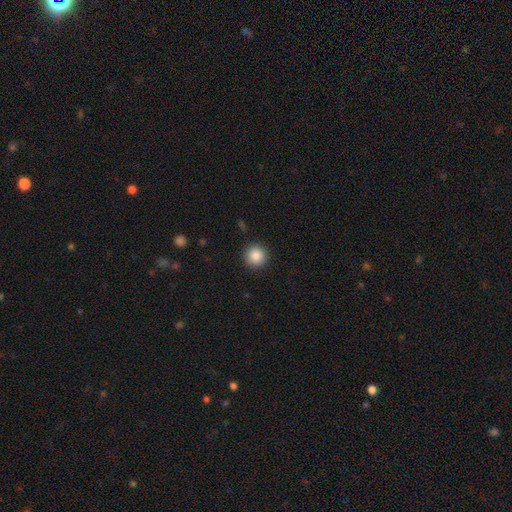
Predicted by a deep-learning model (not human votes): A smooth galaxy with no disk features (88%) that is round (95%).

Vote fractions:
- Smooth or featured? smooth: 88% / star or artifact: 9% / featured or disk: 3%
- How rounded? round: 95% / in between: 4% / cigar-shaped: 1%
- Merging? none: 92% / minor disturbance: 5% / major disturbance: 2% / merger: 1%